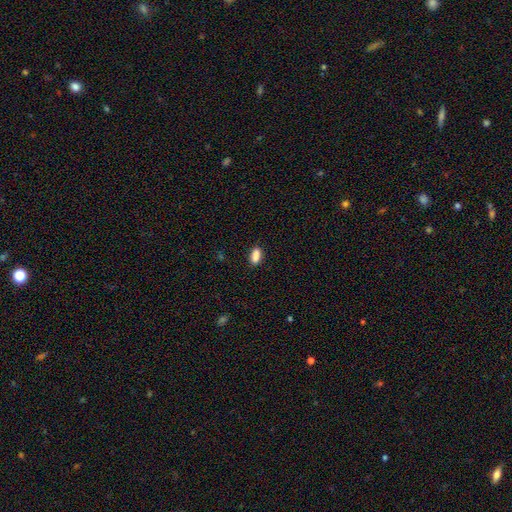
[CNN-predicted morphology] smooth-or-featured: smooth: 87% | star or artifact: 9% | featured or disk: 4%
  how-rounded: in between: 80% | cigar-shaped: 15% | round: 4%
  merging: none: 85% | minor disturbance: 10% | major disturbance: 2% | merger: 2%